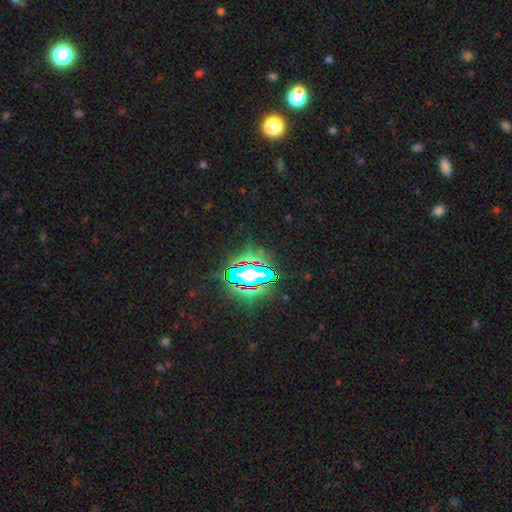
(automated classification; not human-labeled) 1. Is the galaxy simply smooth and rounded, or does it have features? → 80% star or artifact, 12% smooth, 8% featured or disk.